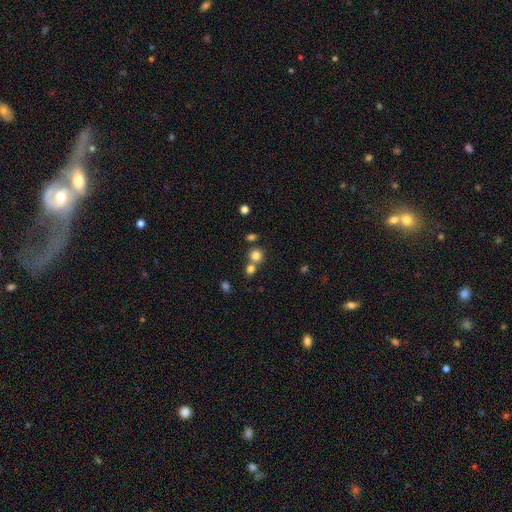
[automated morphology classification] Q: Smooth or featured?
A: smooth (80%); runner-up: star or artifact (13%)
Q: How rounded?
A: round (86%); runner-up: in between (13%)
Q: Merging?
A: none (55%); runner-up: merger (35%)